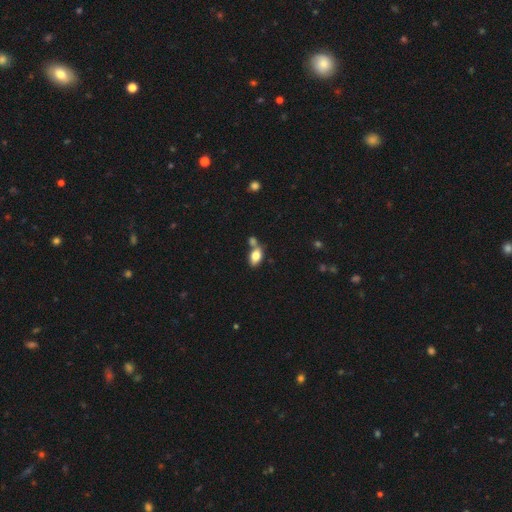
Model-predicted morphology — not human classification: Overall: smooth (81%). How rounded: in between (90%). Merging: none (51%; merger 31%).